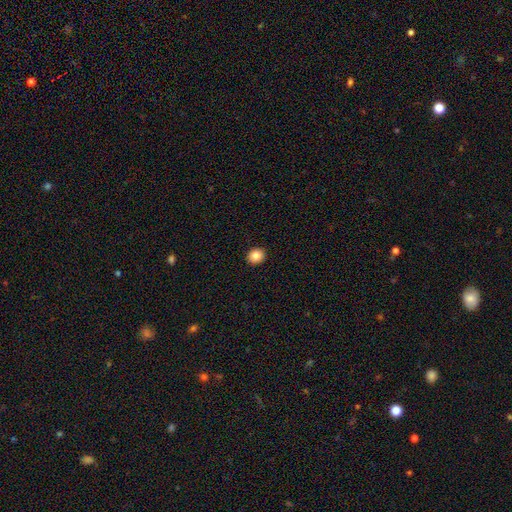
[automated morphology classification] Smooth or featured? smooth (85%)
How rounded? round (75%)
Merging? none (93%)